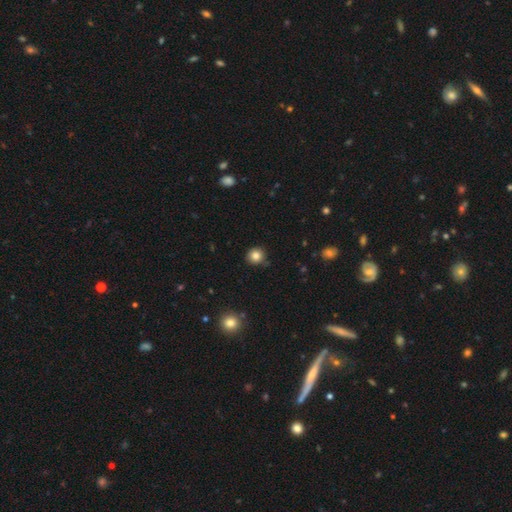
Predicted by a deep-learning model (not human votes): Smooth or featured?
  - smooth: 84% *
  - star or artifact: 11%
  - featured or disk: 5%
How rounded?
  - round: 91% *
  - in between: 8%
  - cigar-shaped: 1%
Merging?
  - none: 87% *
  - minor disturbance: 9%
  - major disturbance: 2%
  - merger: 2%